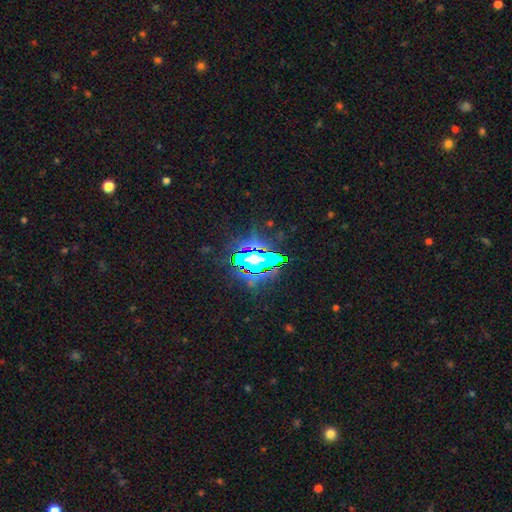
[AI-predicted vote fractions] smooth_or_featured: star or artifact (p=0.83) [alt: smooth p=0.10]